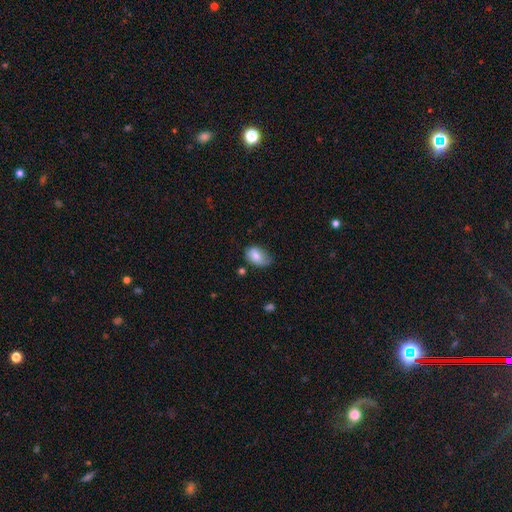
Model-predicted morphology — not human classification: This appears to be a smooth galaxy with no disk features (78%) that is in between round and cigar-shaped (85%). Merging: none (47%).